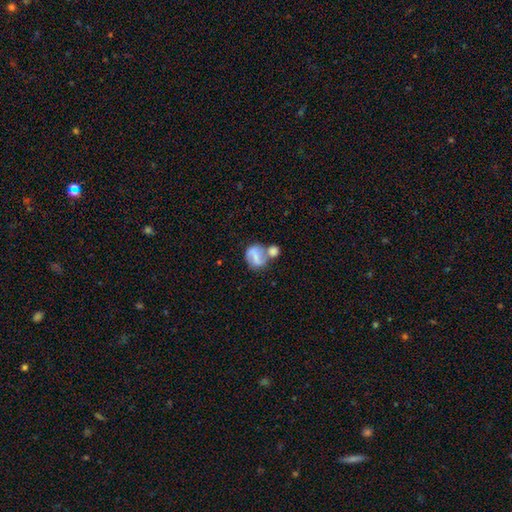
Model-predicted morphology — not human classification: Q: Smooth or featured?
A: featured or disk (59%); runner-up: smooth (33%)
Q: Edge-on disk?
A: no (97%); runner-up: yes (3%)
Q: Bar?
A: weak (41%); runner-up: no (32%)
Q: Spiral arms?
A: yes (81%); runner-up: no (19%)
Q: Bulge size?
A: small (45%); runner-up: none (30%)
Q: Merging?
A: merger (48%); runner-up: none (31%)